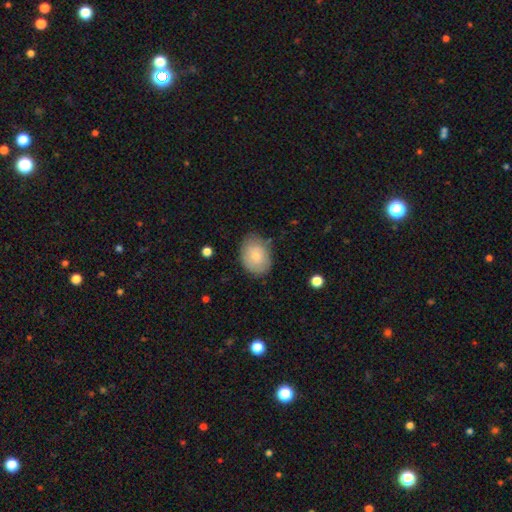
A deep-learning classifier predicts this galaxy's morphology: A smooth galaxy with no disk features (75%) that is in between round and cigar-shaped (73%). Merging: none (73%).